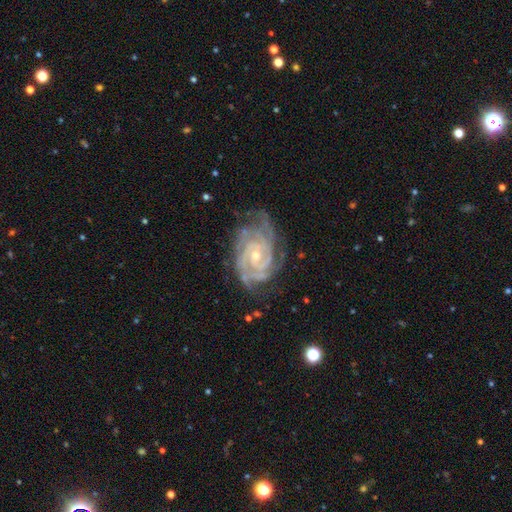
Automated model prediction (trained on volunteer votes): A featured or disk galaxy (91%) with no bar (60%), 3 (27%) tight (78%) spiral arms (98%) and a small central bulge (64%).

Vote fractions:
- Smooth or featured? featured or disk: 91% / star or artifact: 6% / smooth: 3%
- Edge-on disk? no: 97% / yes: 3%
- Bar? no: 60% / weak: 30% / strong: 10%
- Spiral arms? yes: 98% / no: 2%
- Spiral winding? tight: 78% / medium: 20% / loose: 2%
- Spiral arm count? 3: 27% / 2: 22% / 4: 20% / can't tell: 17% / more than 4: 8% / 1: 6%
- Bulge size? small: 64% / moderate: 33% / none: 1% / large: 1% / dominant: 1%
- Merging? none: 69% / minor disturbance: 21% / major disturbance: 8% / merger: 1%